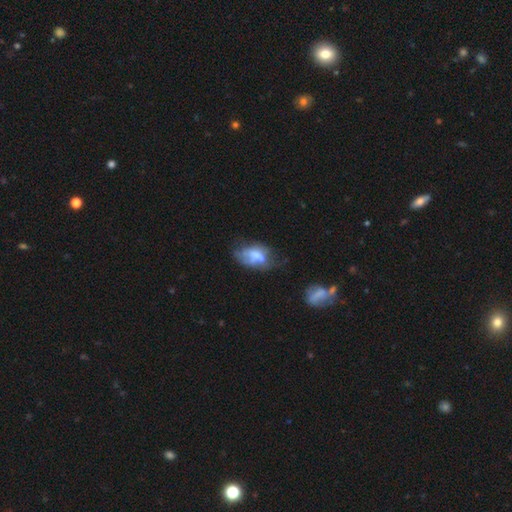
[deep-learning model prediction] A smooth galaxy with no disk features (49%). Merging: none (30%).